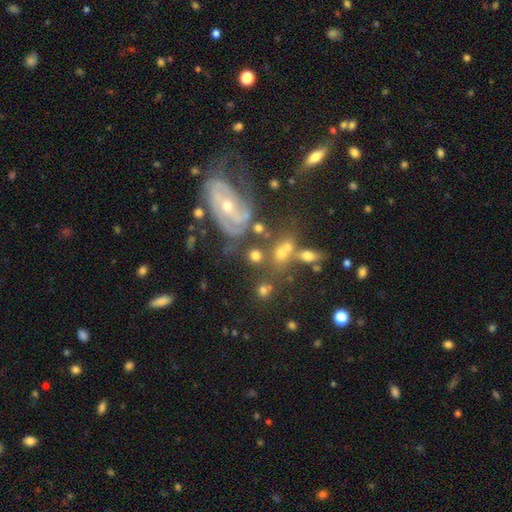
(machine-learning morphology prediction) The model was most divided on "merging": none: 53%, merger: 21%, minor disturbance: 15%, major disturbance: 10%. More confident: how rounded — round (68%); smooth or featured — smooth (62%).